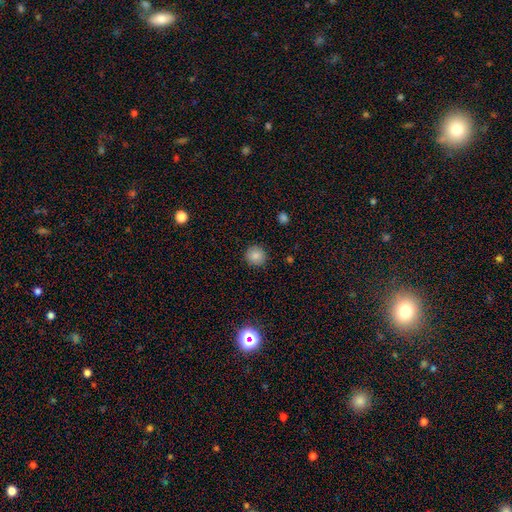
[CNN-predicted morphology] smooth-or-featured: smooth: 84% | star or artifact: 10% | featured or disk: 6%
  how-rounded: round: 93% | in between: 6% | cigar-shaped: 1%
  merging: none: 90% | minor disturbance: 6% | major disturbance: 2% | merger: 1%